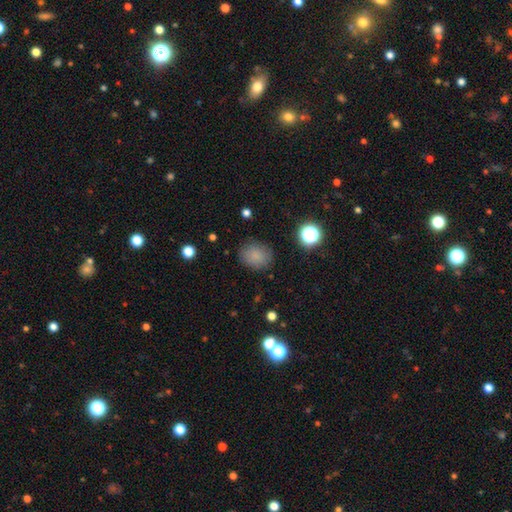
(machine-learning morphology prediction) The model was most divided on "how rounded": round: 64%, in between: 35%, cigar-shaped: 1%. More confident: merging — none (83%); smooth or featured — smooth (82%).